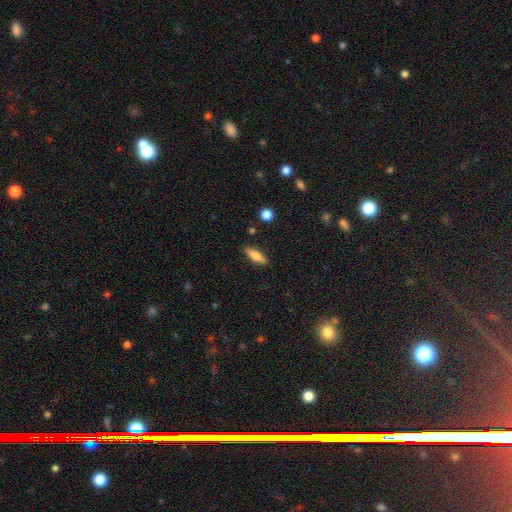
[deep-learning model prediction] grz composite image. It shows a smooth galaxy with no disk features (67%) that is cigar-shaped (54%). Merging: none (87%).